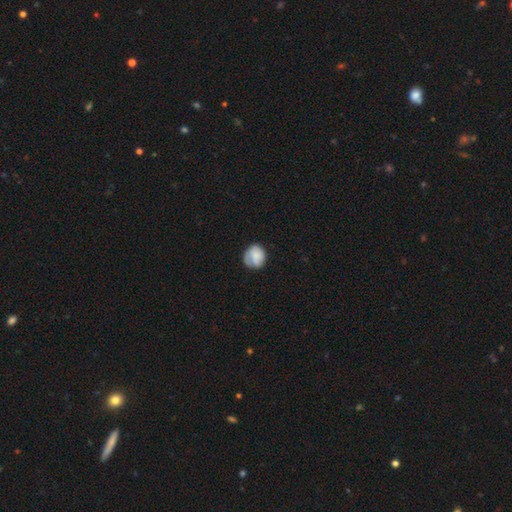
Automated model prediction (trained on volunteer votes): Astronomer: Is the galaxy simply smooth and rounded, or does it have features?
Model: smooth — 72%.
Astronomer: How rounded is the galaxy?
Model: round — 79%.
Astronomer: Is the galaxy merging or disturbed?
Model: none — 61%.